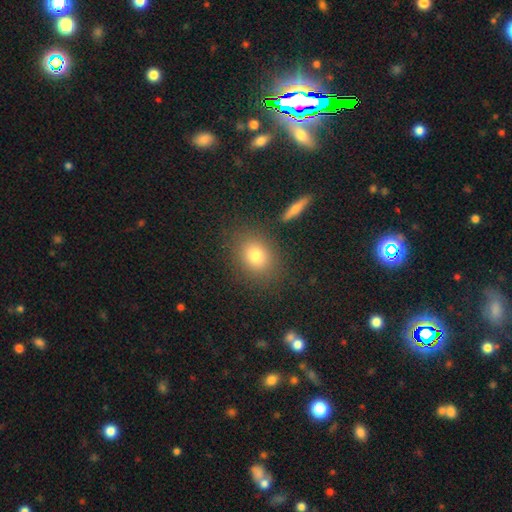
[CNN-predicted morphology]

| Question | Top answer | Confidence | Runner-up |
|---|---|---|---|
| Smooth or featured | smooth | 77% | star or artifact (12%) |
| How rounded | round | 51% | in between (47%) |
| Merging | none | 83% | minor disturbance (10%) |